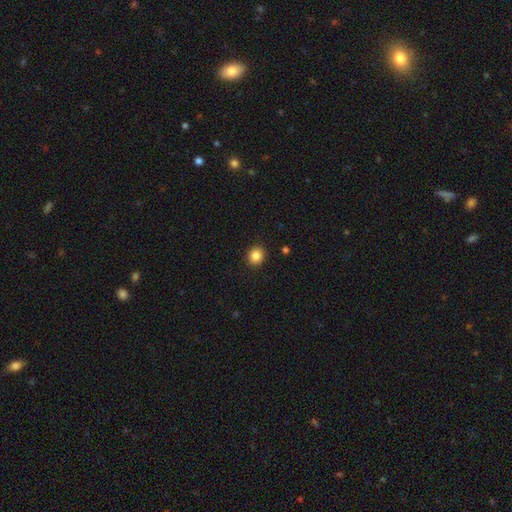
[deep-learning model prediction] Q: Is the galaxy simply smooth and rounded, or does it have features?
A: smooth — 86%.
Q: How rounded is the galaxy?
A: round — 78%.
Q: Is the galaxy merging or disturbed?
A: none — 92%.